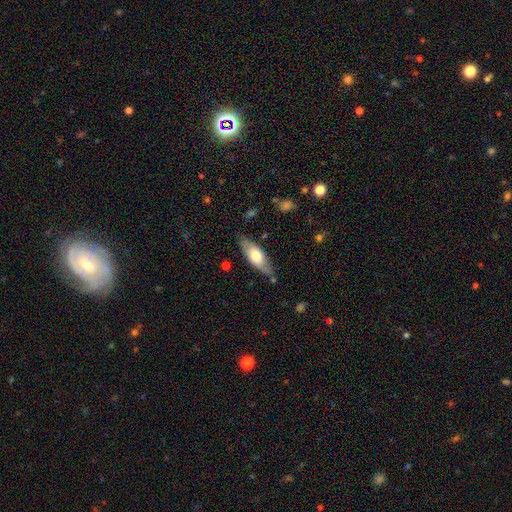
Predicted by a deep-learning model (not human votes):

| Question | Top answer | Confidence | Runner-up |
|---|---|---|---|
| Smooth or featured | smooth | 61% | featured or disk (33%) |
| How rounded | in between | 66% | cigar-shaped (31%) |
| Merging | none | 77% | minor disturbance (17%) |